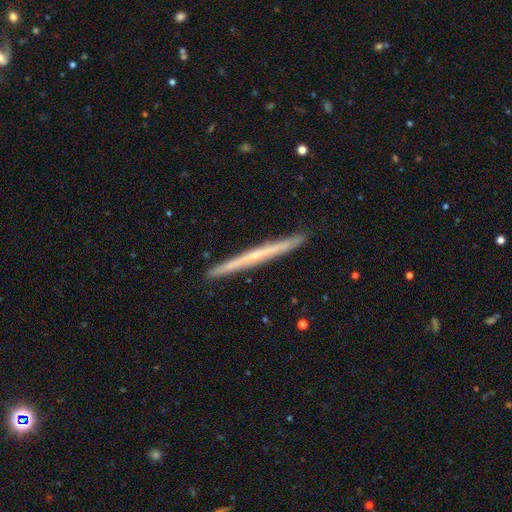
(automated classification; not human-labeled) This appears to be a featured or disk galaxy (65%) viewed edge-on (97%) with no central bulge (63%). Merging: none (92%).